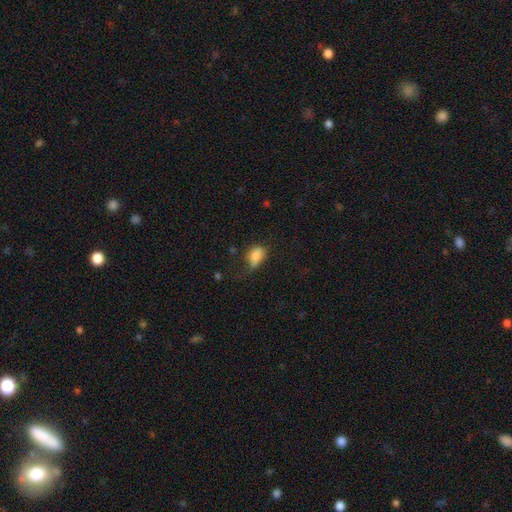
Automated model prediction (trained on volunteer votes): A smooth galaxy with no disk features (81%) that is in between round and cigar-shaped (85%).

Vote fractions:
- Smooth or featured? smooth: 81% / featured or disk: 10% / star or artifact: 9%
- How rounded? in between: 85% / round: 10% / cigar-shaped: 4%
- Merging? none: 40% / minor disturbance: 37% / major disturbance: 21% / merger: 3%